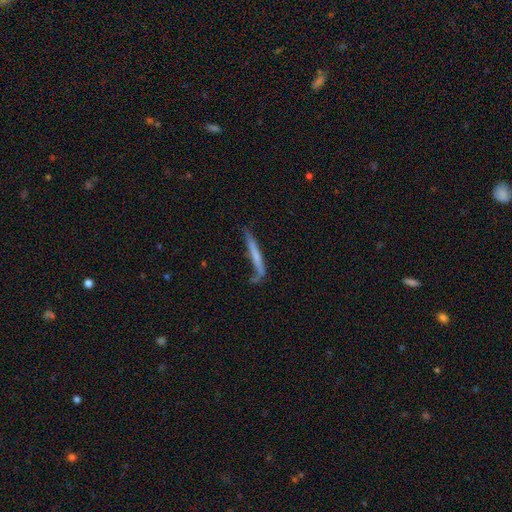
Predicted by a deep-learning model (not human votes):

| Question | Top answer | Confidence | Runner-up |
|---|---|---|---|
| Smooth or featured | smooth | 55% | featured or disk (37%) |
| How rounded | cigar-shaped | 95% | in between (3%) |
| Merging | none | 56% | minor disturbance (23%) |